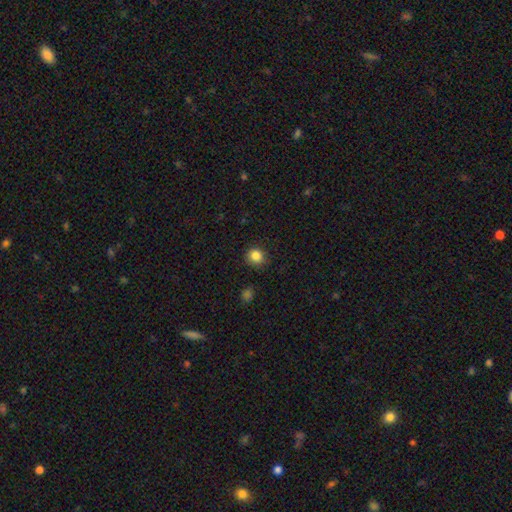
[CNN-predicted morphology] A smooth galaxy with no disk features (85%) that is round (86%). Merging: none (87%).